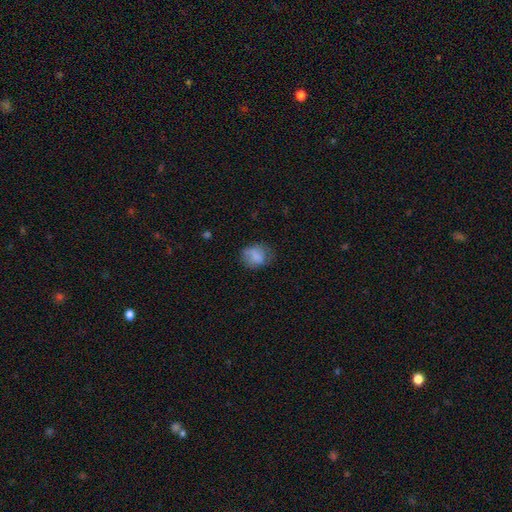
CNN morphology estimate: Q: Smooth or featured?
A: smooth (75%); runner-up: featured or disk (16%)
Q: How rounded?
A: in between (50%); runner-up: round (48%)
Q: Merging?
A: none (58%); runner-up: minor disturbance (27%)